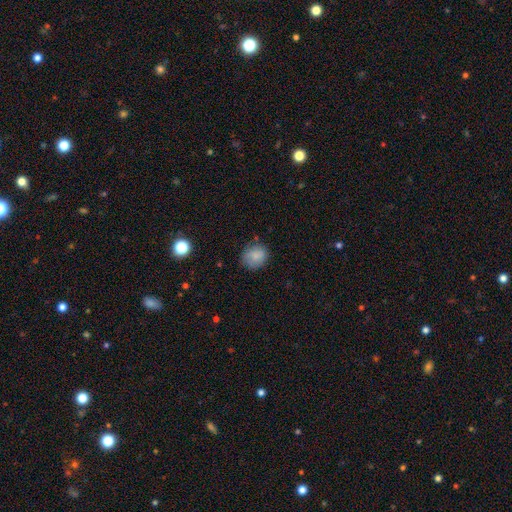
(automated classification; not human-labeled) This is clearly a smooth galaxy (83%). How rounded: likely round (73%). Merging: likely none (75%).